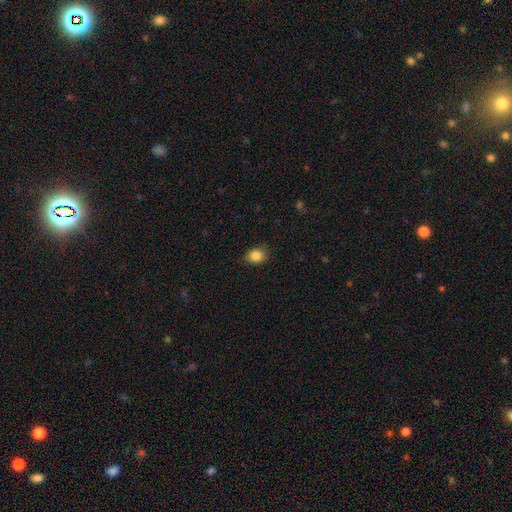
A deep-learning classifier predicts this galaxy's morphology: Overall: smooth (86%). How rounded: in between (60%; round 39%). Merging: none (80%).